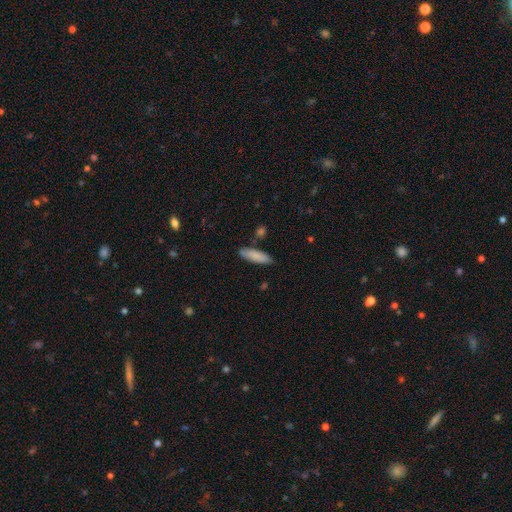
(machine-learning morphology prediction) Smooth or featured? Predicted: smooth (p=0.84). How rounded? Predicted: cigar-shaped (p=0.56). Merging? Predicted: none (p=0.82).